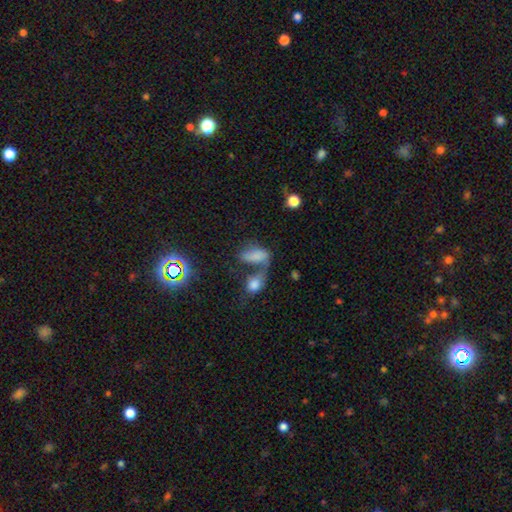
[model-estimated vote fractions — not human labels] Smooth or featured?
  - smooth: 64% *
  - featured or disk: 22%
  - star or artifact: 14%
How rounded?
  - in between: 87% *
  - round: 7%
  - cigar-shaped: 6%
Merging?
  - merger: 57% *
  - major disturbance: 17%
  - none: 16%
  - minor disturbance: 10%